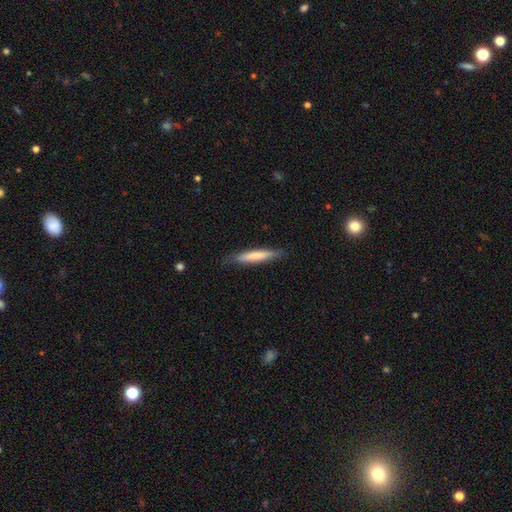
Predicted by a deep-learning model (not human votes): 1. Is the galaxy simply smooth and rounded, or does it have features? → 72% smooth, 22% featured or disk, 5% star or artifact.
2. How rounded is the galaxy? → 91% cigar-shaped, 8% in between, 1% round.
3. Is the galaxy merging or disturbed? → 83% none, 13% minor disturbance, 2% major disturbance, 1% merger.